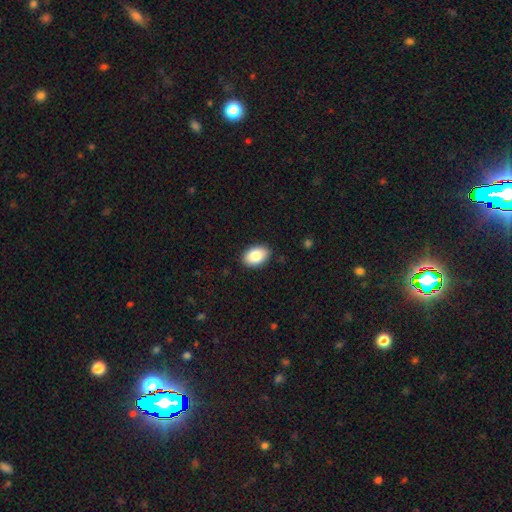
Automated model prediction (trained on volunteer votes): This is clearly a smooth galaxy (86%). How rounded: clearly in between (88%). Merging: clearly none (88%).